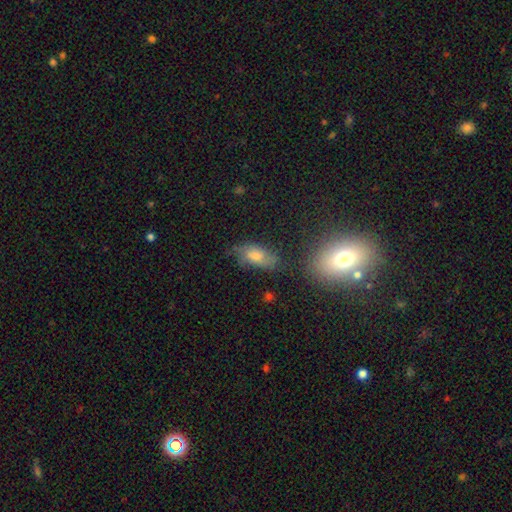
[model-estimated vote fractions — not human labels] smooth_or_featured: smooth (p=0.61) [alt: featured or disk p=0.26]
how_rounded: in between (p=0.86) [alt: cigar-shaped p=0.08]
merging: none (p=0.60) [alt: minor disturbance p=0.26]